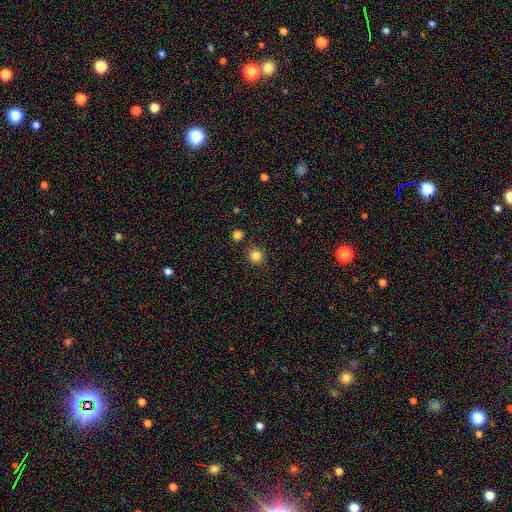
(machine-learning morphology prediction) type=smooth (83%); roundness=round (91%); merging=none (86%).